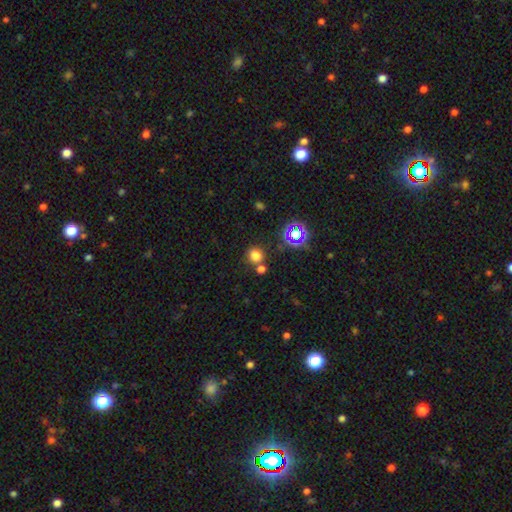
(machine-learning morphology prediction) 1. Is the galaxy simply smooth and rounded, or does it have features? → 73% smooth, 21% star or artifact, 6% featured or disk.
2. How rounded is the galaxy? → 84% round, 15% in between, 1% cigar-shaped.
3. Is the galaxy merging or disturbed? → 69% none, 18% merger, 9% minor disturbance, 4% major disturbance.